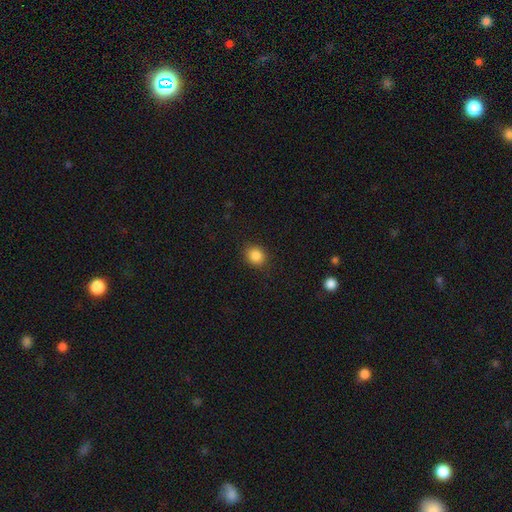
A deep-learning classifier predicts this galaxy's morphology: Smooth or featured? Predicted: smooth (p=0.86). How rounded? Predicted: round (p=0.78). Merging? Predicted: none (p=0.88).